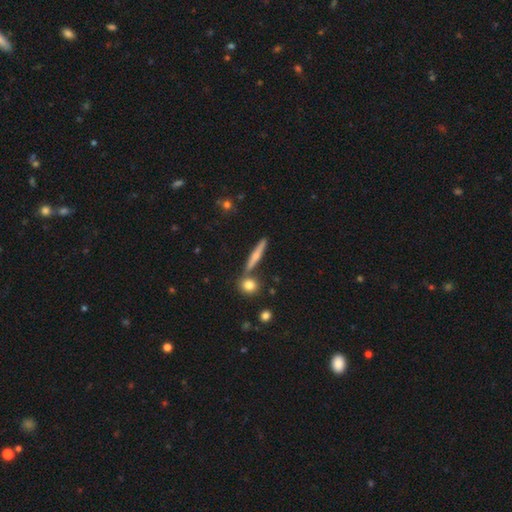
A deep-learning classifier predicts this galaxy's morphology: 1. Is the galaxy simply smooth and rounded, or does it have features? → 52% smooth, 41% featured or disk, 7% star or artifact.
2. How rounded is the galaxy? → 87% cigar-shaped, 8% in between, 5% round.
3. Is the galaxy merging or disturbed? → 80% none, 9% merger, 8% minor disturbance, 2% major disturbance.